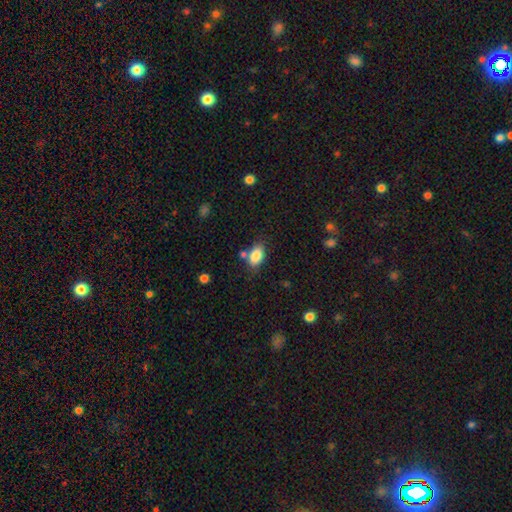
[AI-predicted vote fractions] smooth 85%, star or artifact 8%, featured or disk 7%. Down the decision tree: how rounded — in between (89%); merging — none (70%).